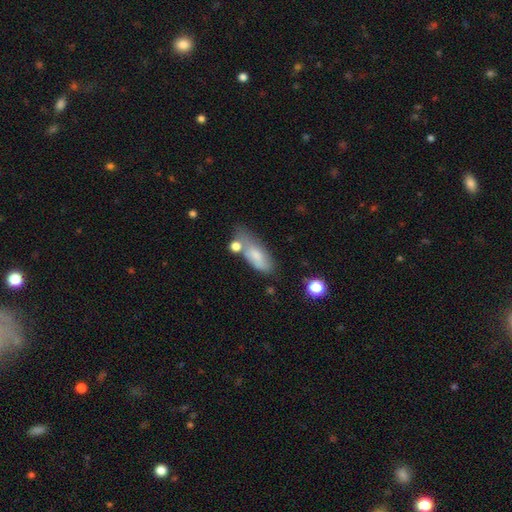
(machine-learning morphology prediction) Q: Smooth or featured?
A: smooth (71%); runner-up: featured or disk (21%)
Q: How rounded?
A: in between (77%); runner-up: cigar-shaped (19%)
Q: Merging?
A: none (43%); runner-up: minor disturbance (27%)